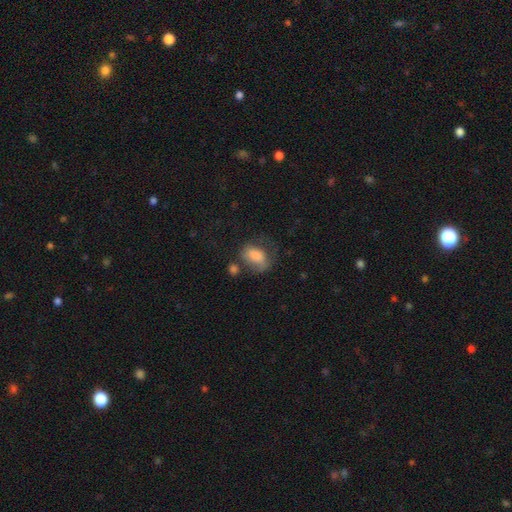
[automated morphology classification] The model was most divided on "merging": none: 39%, minor disturbance: 28%, major disturbance: 24%, merger: 9%. More confident: how rounded — in between (81%); smooth or featured — smooth (76%).